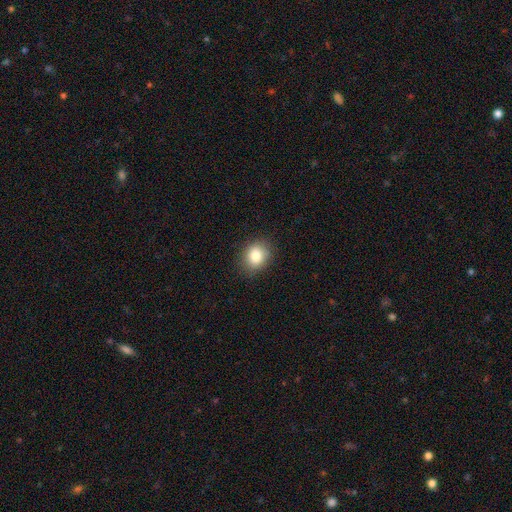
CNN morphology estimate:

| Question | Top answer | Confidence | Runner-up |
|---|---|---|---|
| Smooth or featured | smooth | 82% | star or artifact (10%) |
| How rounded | round | 54% | in between (45%) |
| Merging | none | 86% | minor disturbance (11%) |